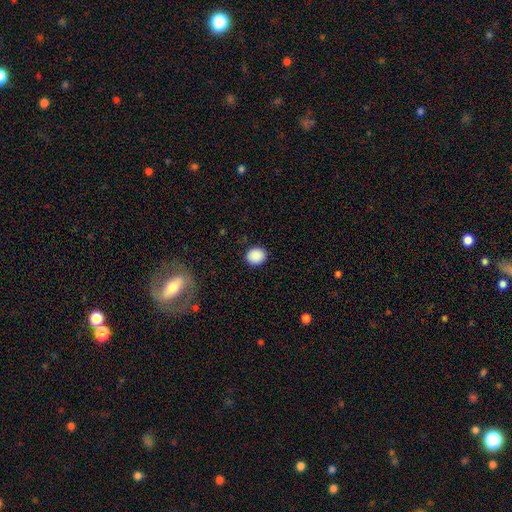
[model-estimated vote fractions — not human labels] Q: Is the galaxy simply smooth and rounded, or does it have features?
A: smooth — 89%.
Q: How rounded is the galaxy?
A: round — 77%.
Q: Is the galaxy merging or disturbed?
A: none — 90%.